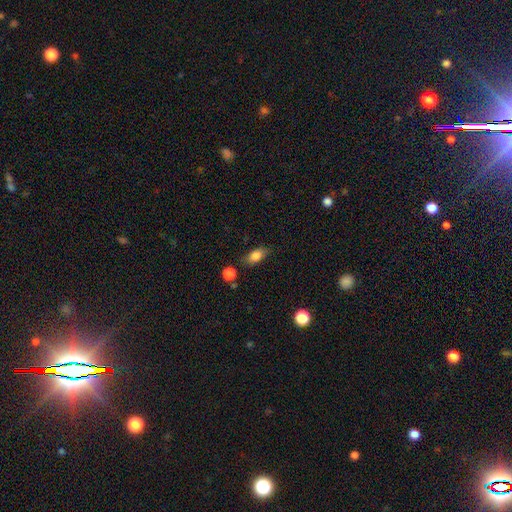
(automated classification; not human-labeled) smooth 82%, featured or disk 9%, star or artifact 9%. Down the decision tree: how rounded — in between (83%); merging — none (77%).